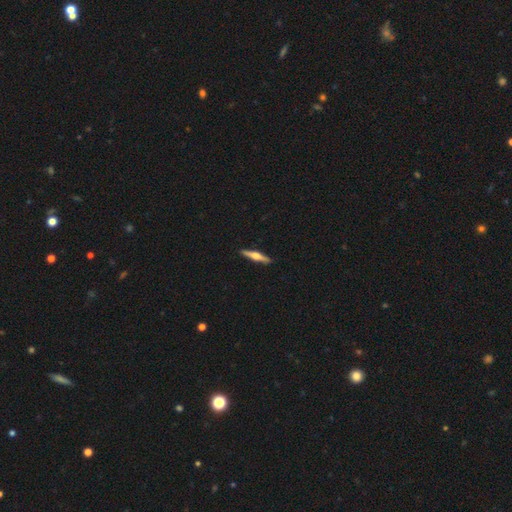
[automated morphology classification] smooth_or_featured: featured or disk (p=0.63) [alt: smooth p=0.31]
disk_edge_on: yes (p=0.97) [alt: no p=0.03]
edge_on_bulge: rounded (p=0.88) [alt: boxy p=0.08]
merging: none (p=0.91) [alt: minor disturbance p=0.06]